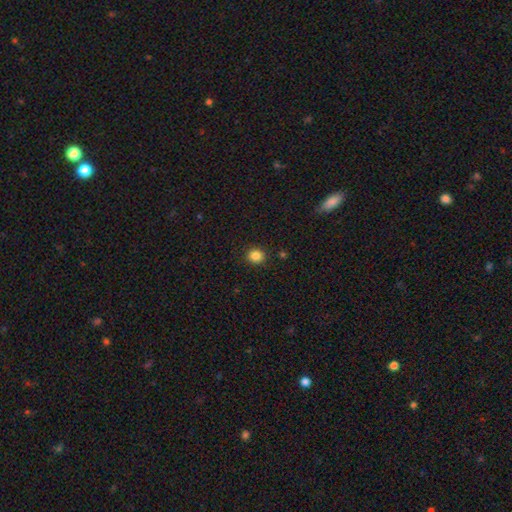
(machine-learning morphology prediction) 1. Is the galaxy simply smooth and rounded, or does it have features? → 85% smooth, 11% star or artifact, 4% featured or disk.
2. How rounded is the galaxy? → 84% round, 15% in between, 1% cigar-shaped.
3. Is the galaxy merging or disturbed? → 90% none, 6% minor disturbance, 2% major disturbance, 1% merger.